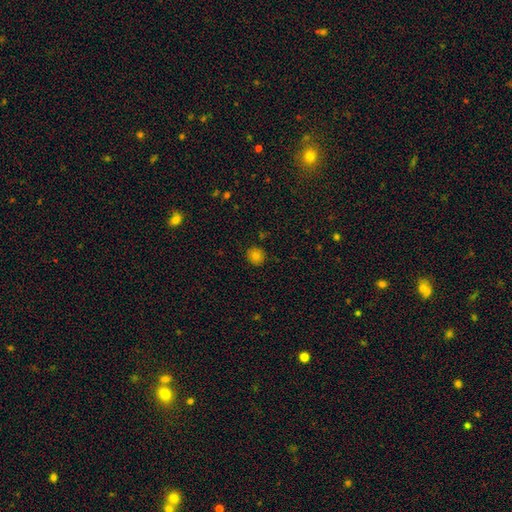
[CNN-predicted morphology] smooth 79%, star or artifact 12%, featured or disk 8%. Down the decision tree: how rounded — round (91%); merging — none (89%).